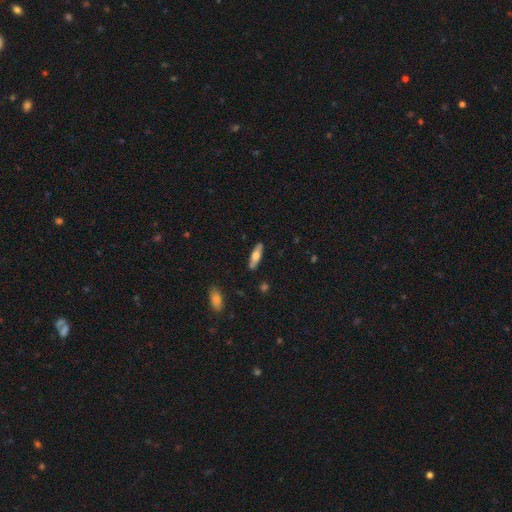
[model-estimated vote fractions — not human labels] Smooth or featured? Predicted: smooth (p=0.60). How rounded? Predicted: cigar-shaped (p=0.56). Merging? Predicted: none (p=0.86).